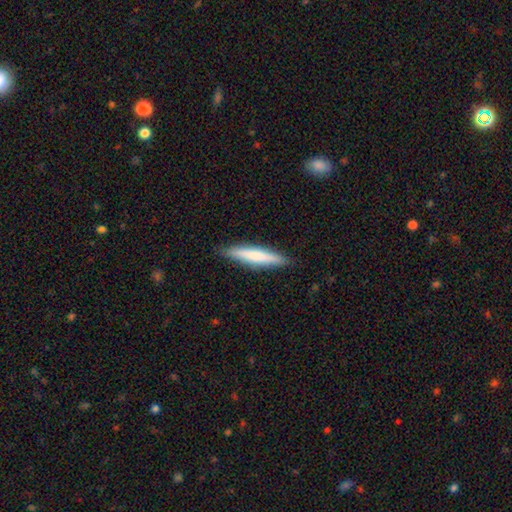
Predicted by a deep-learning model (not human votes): This appears to be a smooth galaxy with no disk features (68%) that is cigar-shaped (90%). Merging: none (89%).